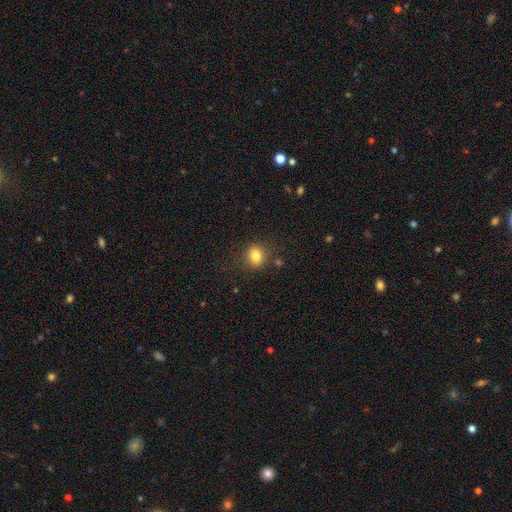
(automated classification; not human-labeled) Overall: smooth (82%). How rounded: round (57%; in between 42%). Merging: none (84%).